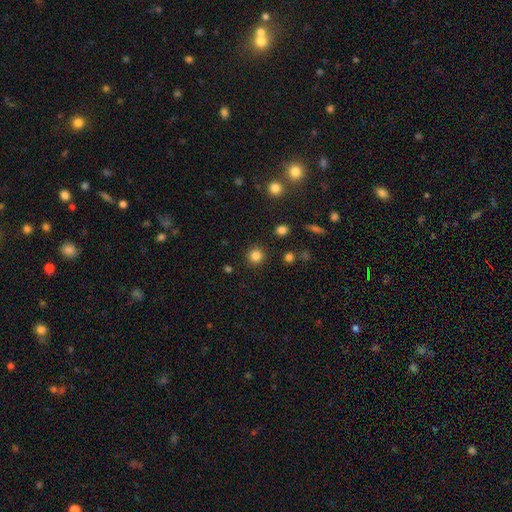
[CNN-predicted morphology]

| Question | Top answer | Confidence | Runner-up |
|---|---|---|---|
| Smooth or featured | smooth | 84% | star or artifact (12%) |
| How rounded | round | 94% | in between (6%) |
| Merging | none | 90% | minor disturbance (6%) |